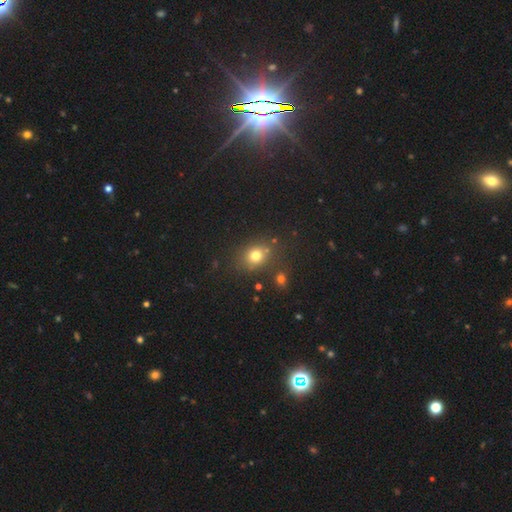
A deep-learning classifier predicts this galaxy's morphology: This is likely a smooth galaxy (74%). How rounded: likely round (67%). Merging: likely none (75%).